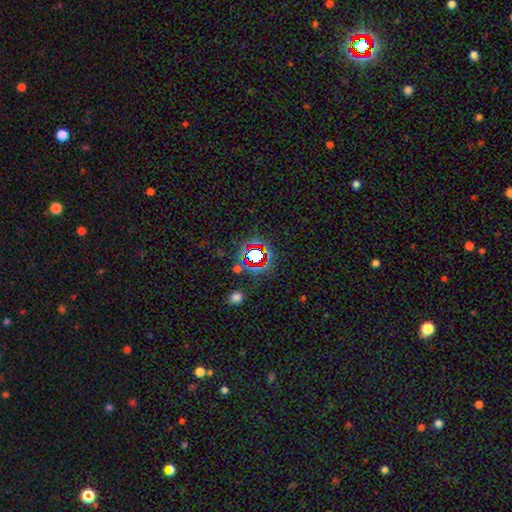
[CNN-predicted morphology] This is likely a star or artifact rather than a galaxy (70%).